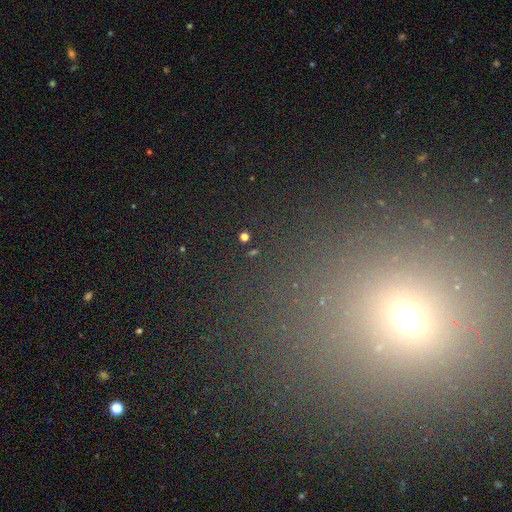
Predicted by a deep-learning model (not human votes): smooth_or_featured: star or artifact (p=0.55) [alt: smooth p=0.33]